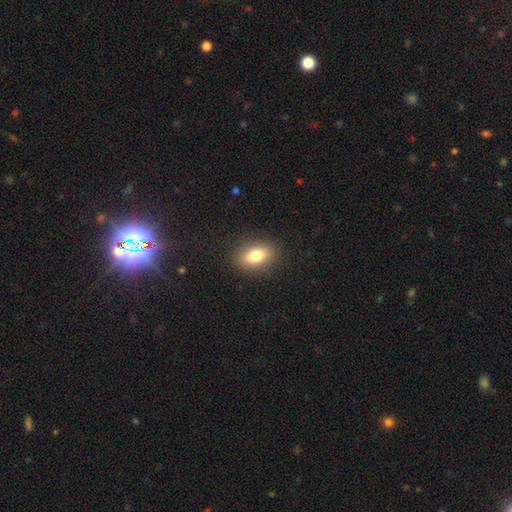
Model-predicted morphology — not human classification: A smooth galaxy with no disk features (78%) that is in between round and cigar-shaped (82%). Merging: none (88%).